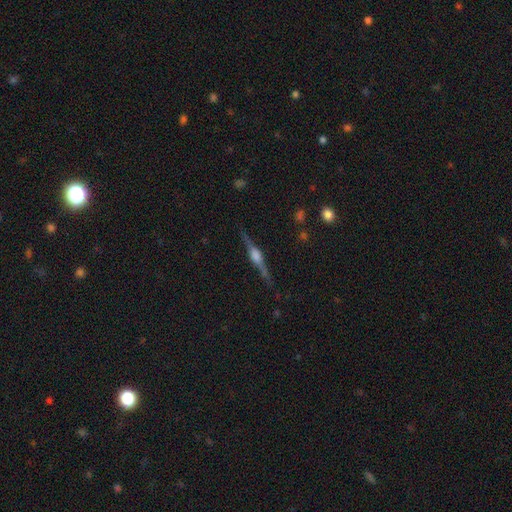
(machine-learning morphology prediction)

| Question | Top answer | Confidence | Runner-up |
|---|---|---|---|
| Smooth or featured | featured or disk | 84% | smooth (10%) |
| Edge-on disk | yes | 98% | no (2%) |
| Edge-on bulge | rounded | 82% | boxy (15%) |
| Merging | none | 87% | minor disturbance (10%) |